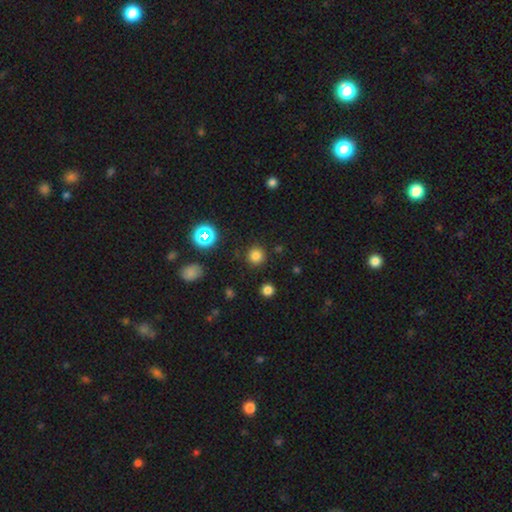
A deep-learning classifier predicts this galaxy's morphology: Smooth or featured? smooth (77%)
How rounded? round (94%)
Merging? none (89%)